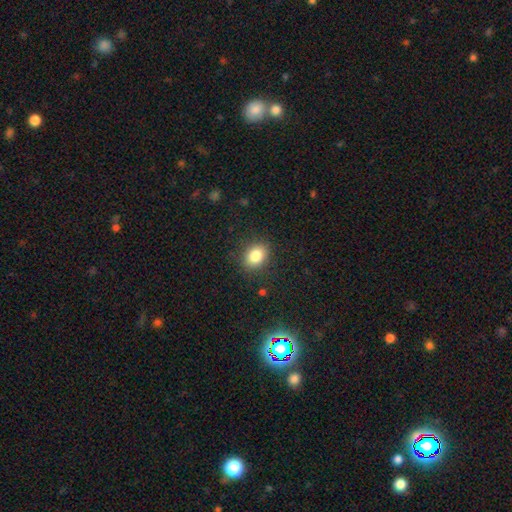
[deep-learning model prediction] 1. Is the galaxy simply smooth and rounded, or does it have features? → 83% smooth, 10% star or artifact, 7% featured or disk.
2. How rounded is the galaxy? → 57% in between, 42% round, 1% cigar-shaped.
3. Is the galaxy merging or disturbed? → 86% none, 10% minor disturbance, 3% major disturbance, 1% merger.